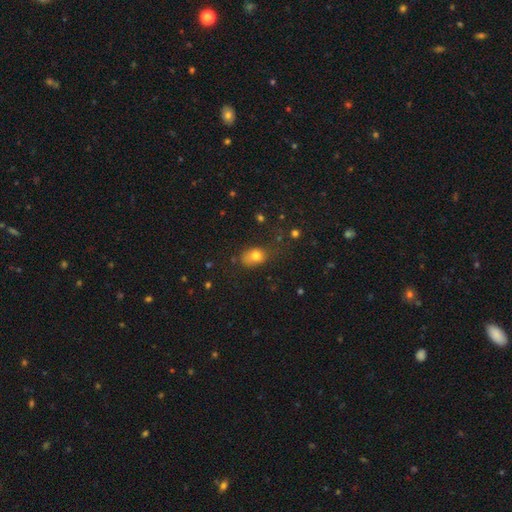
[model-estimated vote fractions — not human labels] A smooth galaxy with no disk features (77%) that is in between round and cigar-shaped (68%). Merging: none (53%).